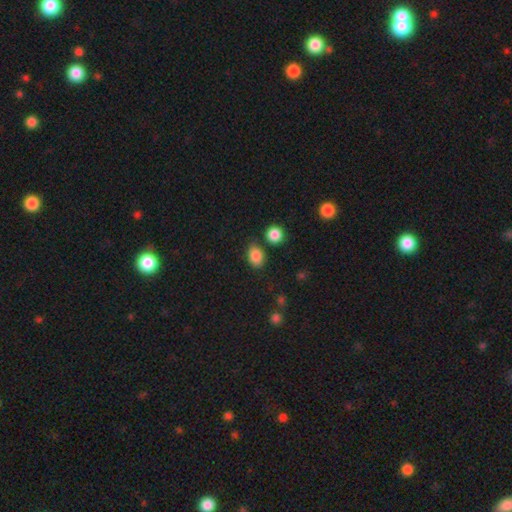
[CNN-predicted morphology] This is clearly a smooth galaxy (85%). How rounded: likely in between (75%). Merging: likely none (74%).